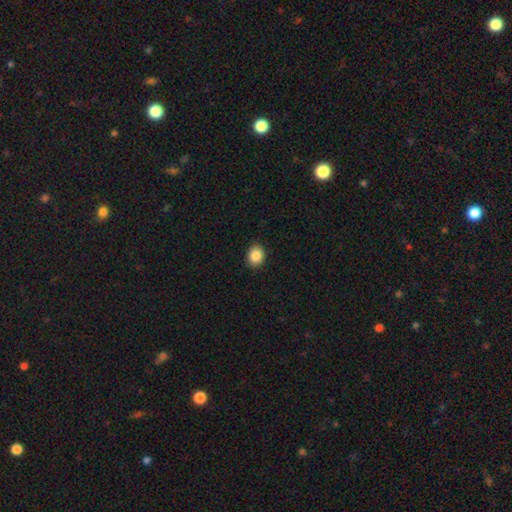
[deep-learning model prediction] This is clearly a smooth galaxy (86%). How rounded: possibly round (56%). Merging: clearly none (89%).